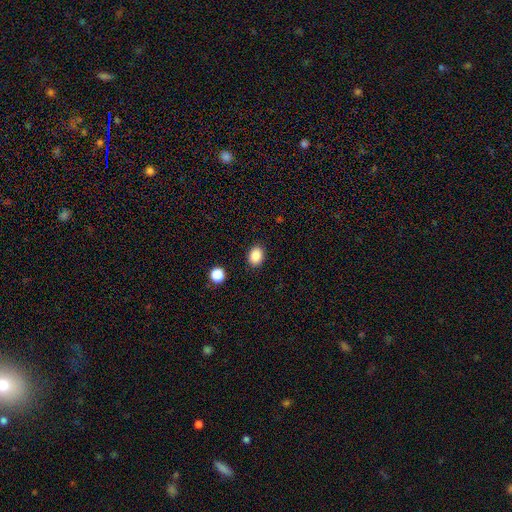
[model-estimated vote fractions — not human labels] A smooth galaxy with no disk features (87%) that is in between round and cigar-shaped (63%). Merging: none (89%).